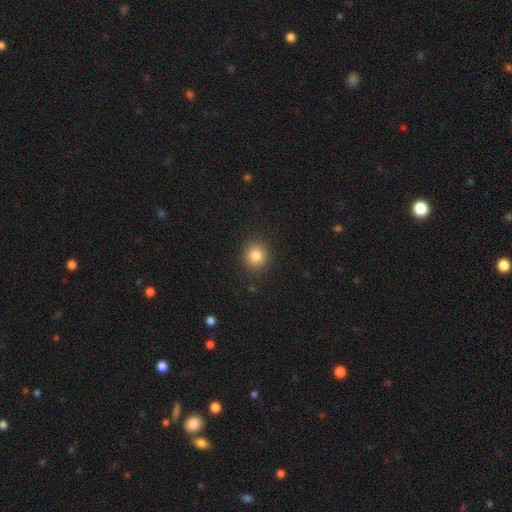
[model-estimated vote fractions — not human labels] A smooth galaxy with no disk features (83%) that is round (88%).

Vote fractions:
- Smooth or featured? smooth: 83% / star or artifact: 11% / featured or disk: 6%
- How rounded? round: 88% / in between: 11% / cigar-shaped: 1%
- Merging? none: 90% / minor disturbance: 7% / major disturbance: 2% / merger: 1%